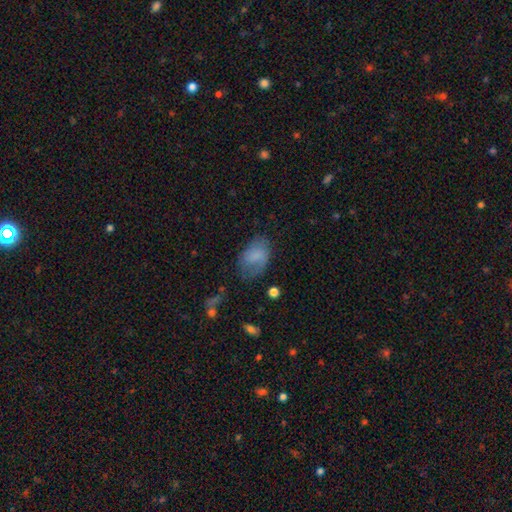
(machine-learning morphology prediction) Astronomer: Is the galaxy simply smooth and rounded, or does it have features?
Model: smooth — 73%.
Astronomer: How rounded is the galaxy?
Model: in between — 87%.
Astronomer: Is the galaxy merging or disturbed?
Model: none — 54% (runner-up: minor disturbance, 29%).